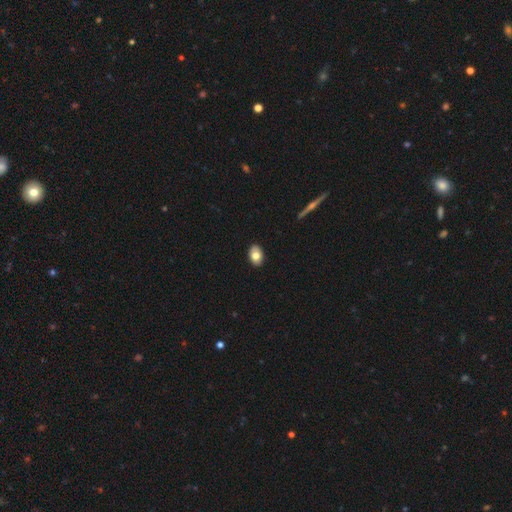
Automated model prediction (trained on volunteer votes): smooth-or-featured: smooth: 77% | featured or disk: 15% | star or artifact: 7%
  how-rounded: in between: 87% | round: 11% | cigar-shaped: 1%
  merging: none: 90% | minor disturbance: 8% | major disturbance: 1% | merger: 1%